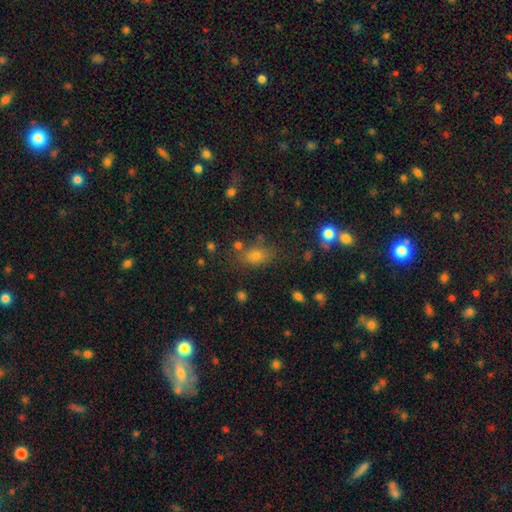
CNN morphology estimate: Overall: smooth (68%). How rounded: in between (66%; round 31%). Merging: none (72%).